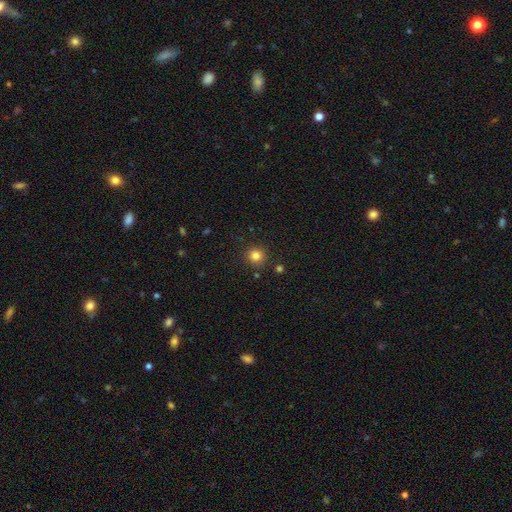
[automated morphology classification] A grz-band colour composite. It shows a smooth galaxy with no disk features (82%) that is round (94%). Merging: none (88%).